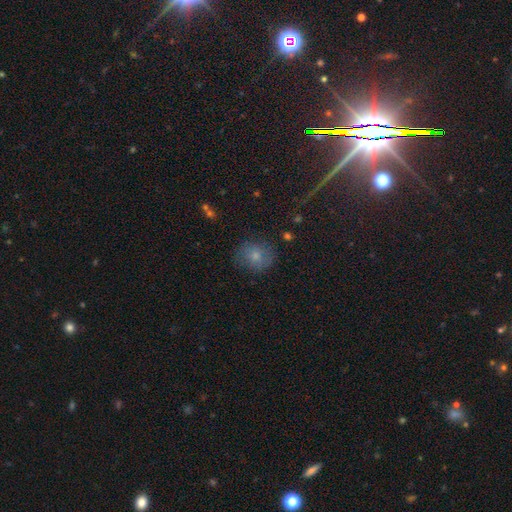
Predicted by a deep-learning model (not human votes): Smooth or featured: smooth — 76% (featured or disk — 13%)
How rounded: round — 76% (in between — 23%)
Merging: none — 78% (minor disturbance — 16%)